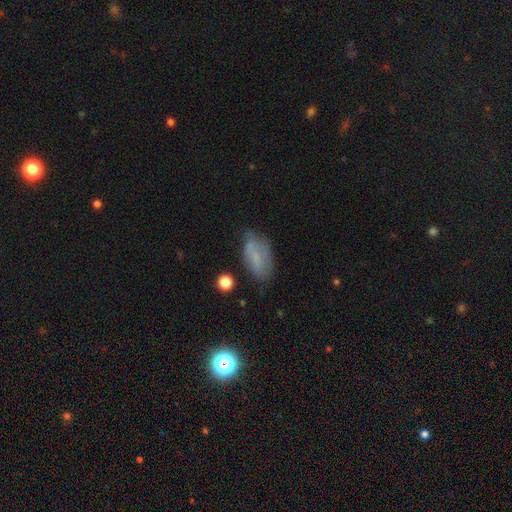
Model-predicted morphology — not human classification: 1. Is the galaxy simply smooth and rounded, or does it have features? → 61% smooth, 27% featured or disk, 11% star or artifact.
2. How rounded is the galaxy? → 90% in between, 6% cigar-shaped, 4% round.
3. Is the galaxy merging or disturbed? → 59% none, 27% minor disturbance, 10% major disturbance, 4% merger.